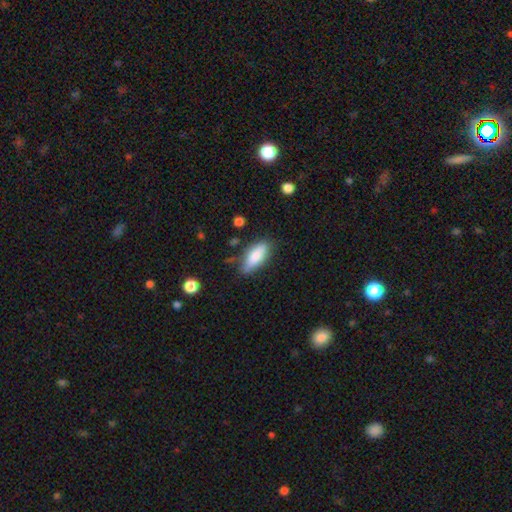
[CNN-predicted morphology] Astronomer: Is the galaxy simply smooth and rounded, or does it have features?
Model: smooth — 76%.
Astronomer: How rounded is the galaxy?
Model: in between — 70%.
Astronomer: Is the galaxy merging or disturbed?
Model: none — 70%.